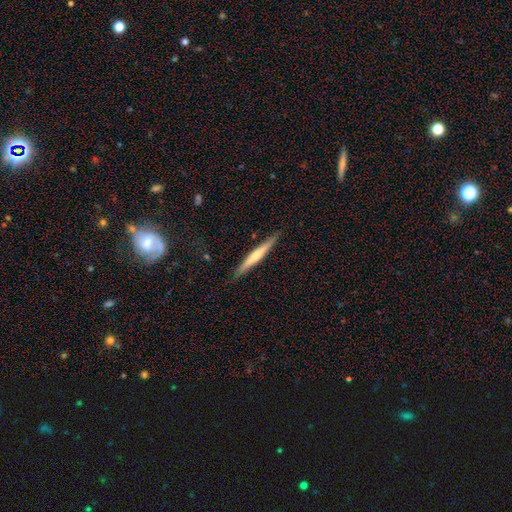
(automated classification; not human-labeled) A featured or disk galaxy (49%). Merging: none (89%).